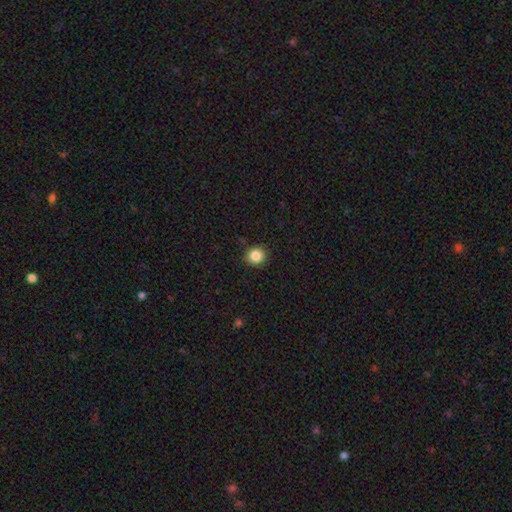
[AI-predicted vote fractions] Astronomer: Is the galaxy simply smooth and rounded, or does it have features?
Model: smooth — 85%.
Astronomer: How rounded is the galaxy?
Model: round — 90%.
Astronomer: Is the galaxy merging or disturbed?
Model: none — 91%.